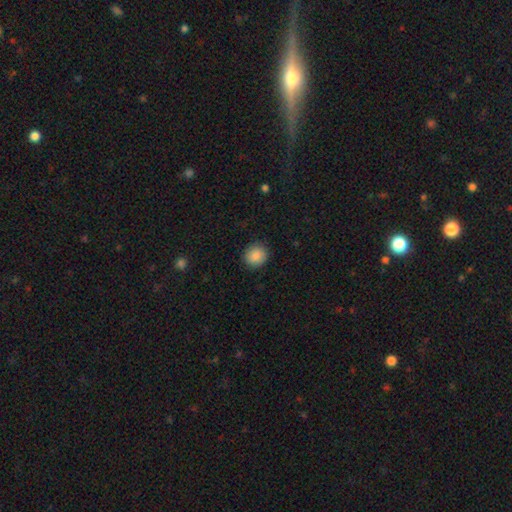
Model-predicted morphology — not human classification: This appears to be a smooth galaxy with no disk features (87%) that is round (84%). Merging: none (90%).